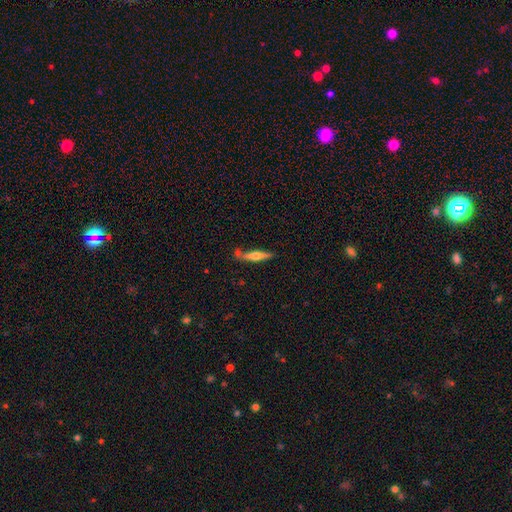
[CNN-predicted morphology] type=smooth (47%, tied with featured or disk); merging=none (73%).